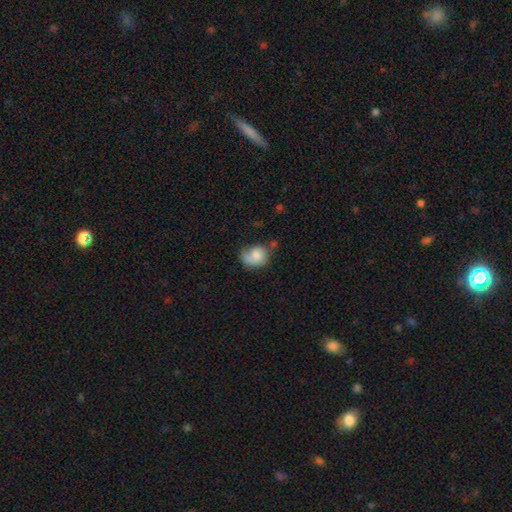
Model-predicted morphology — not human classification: This appears to be a smooth galaxy with no disk features (71%) that is round (50%). Merging: none (45%).